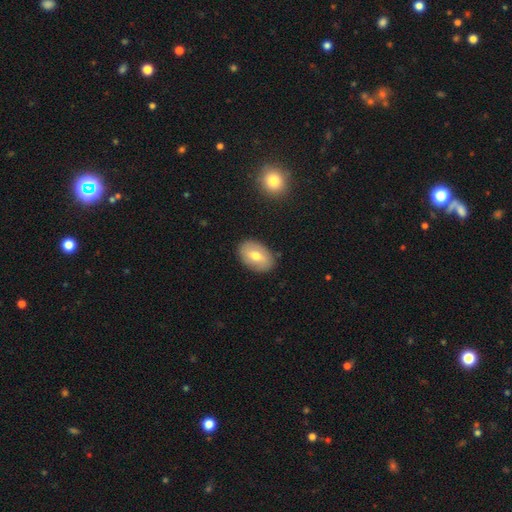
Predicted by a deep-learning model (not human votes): smooth 61%, featured or disk 32%, star or artifact 7%. Down the decision tree: how rounded — in between (86%); merging — none (85%).